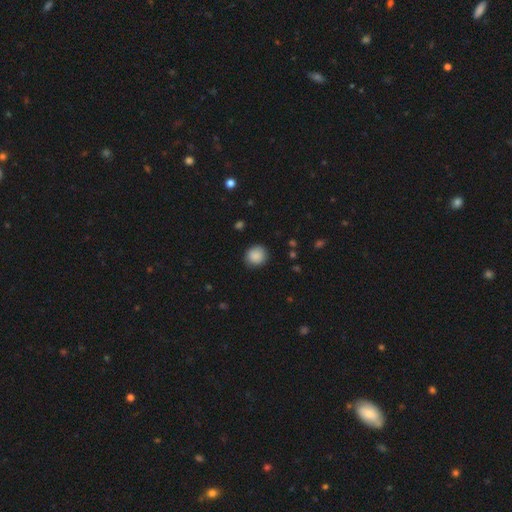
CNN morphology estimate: Smooth or featured? smooth (89%)
How rounded? round (88%)
Merging? none (87%)